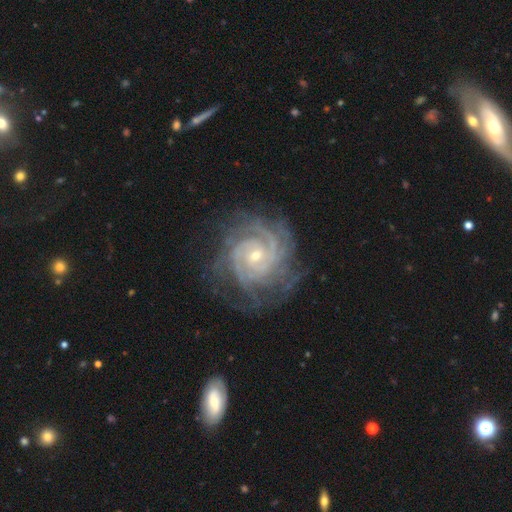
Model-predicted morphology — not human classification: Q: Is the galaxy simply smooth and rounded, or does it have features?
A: featured or disk — 91%.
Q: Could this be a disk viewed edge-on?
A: no — 97%.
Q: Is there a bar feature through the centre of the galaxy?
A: no — 66%.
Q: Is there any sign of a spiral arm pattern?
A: yes — 98%.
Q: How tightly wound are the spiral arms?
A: tight — 77%.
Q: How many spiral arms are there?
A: can't tell — 24%.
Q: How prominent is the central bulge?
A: small — 67%.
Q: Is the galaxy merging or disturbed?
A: none — 73%.